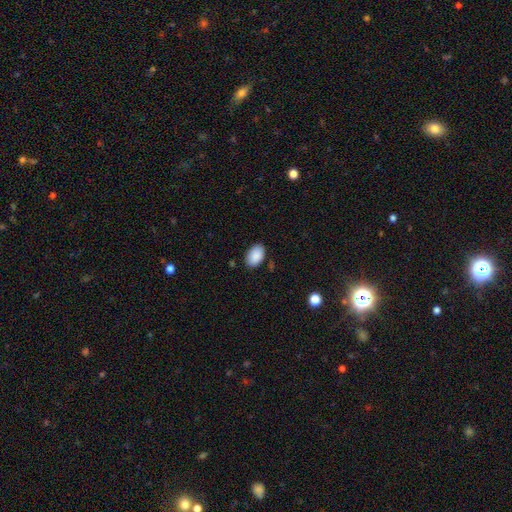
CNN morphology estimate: type=smooth (90%); roundness=in between (92%); merging=none (85%).